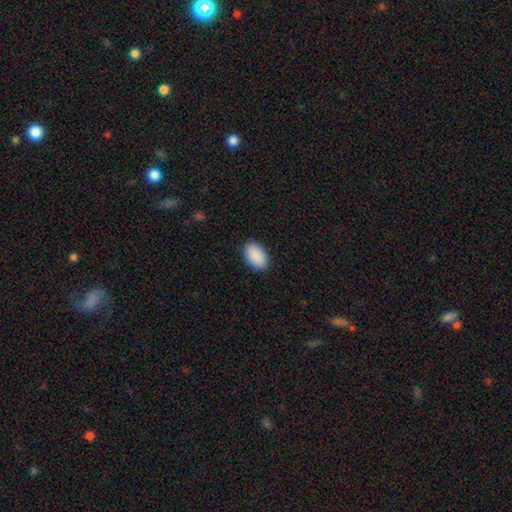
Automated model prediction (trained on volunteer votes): Smooth or featured? Predicted: smooth (p=0.91). How rounded? Predicted: in between (p=0.94). Merging? Predicted: none (p=0.89).